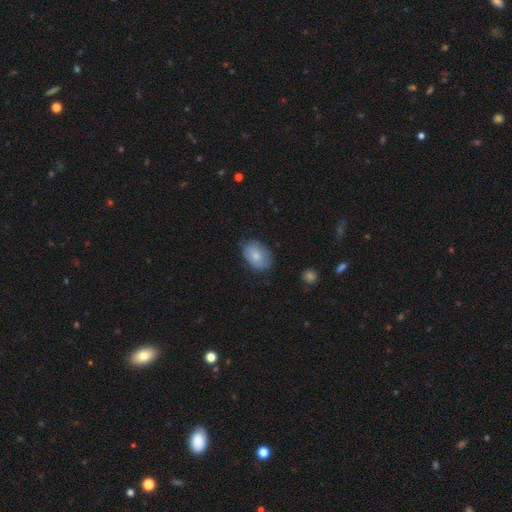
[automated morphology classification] Overall: smooth (75%). How rounded: in between (84%). Merging: none (69%).